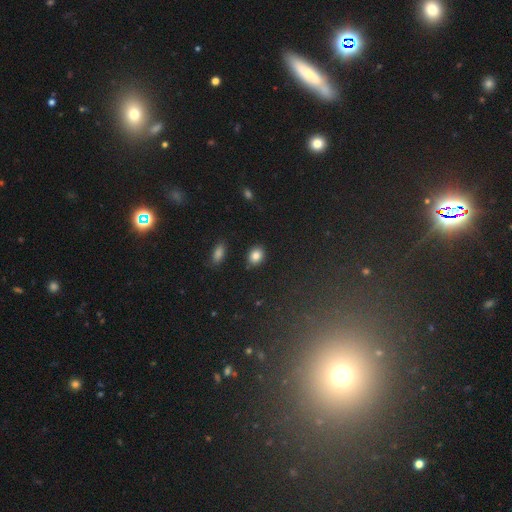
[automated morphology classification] Smooth or featured?
  - smooth: 85% *
  - star or artifact: 9%
  - featured or disk: 6%
How rounded?
  - in between: 53% *
  - round: 46%
  - cigar-shaped: 1%
Merging?
  - none: 85% *
  - minor disturbance: 10%
  - merger: 3%
  - major disturbance: 2%